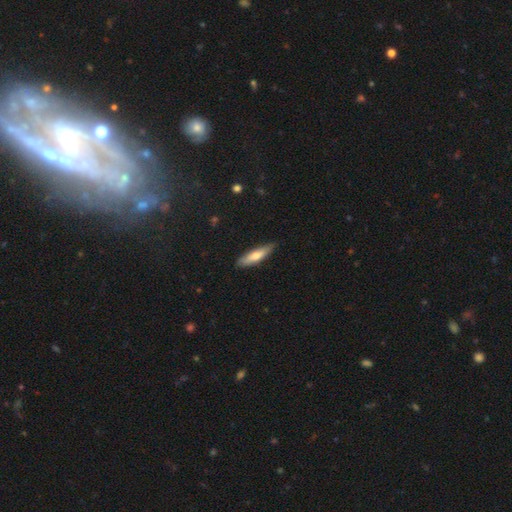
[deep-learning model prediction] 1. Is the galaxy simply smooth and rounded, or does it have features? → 63% smooth, 32% featured or disk, 6% star or artifact.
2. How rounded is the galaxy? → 69% cigar-shaped, 29% in between, 2% round.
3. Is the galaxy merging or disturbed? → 82% none, 15% minor disturbance, 2% major disturbance, 1% merger.